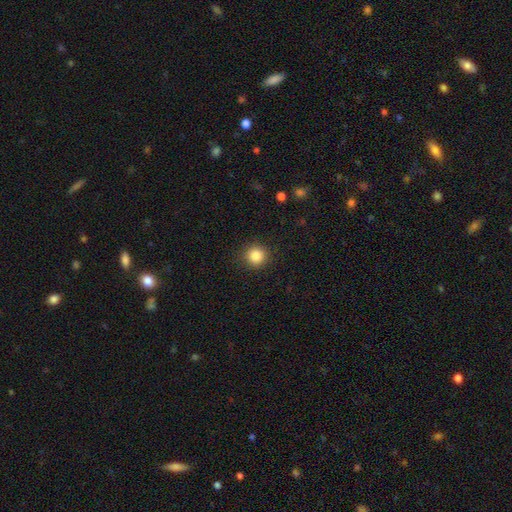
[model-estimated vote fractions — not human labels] Morphology: type=smooth (85%); roundness=round (93%); merging=none (91%).